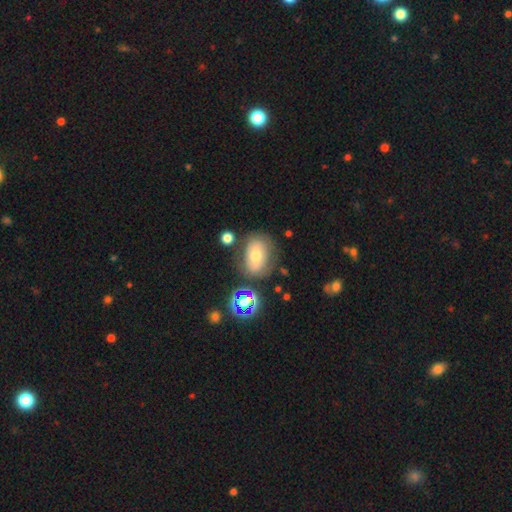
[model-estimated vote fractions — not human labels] The model was most divided on "smooth or featured": smooth: 47%, featured or disk: 35%, star or artifact: 18%. More confident: merging — none (68%).